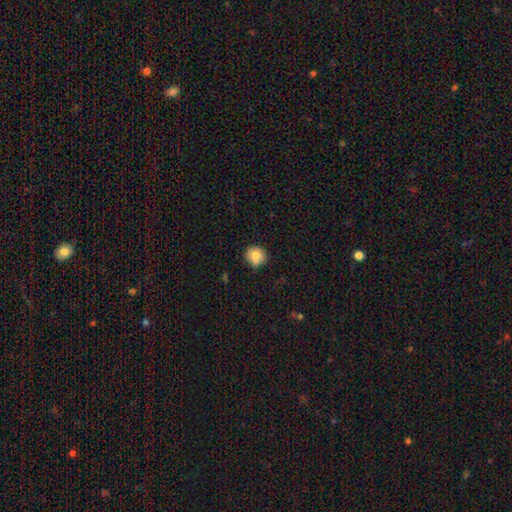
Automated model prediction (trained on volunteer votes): A smooth galaxy with no disk features (81%) that is round (86%).

Vote fractions:
- Smooth or featured? smooth: 81% / star or artifact: 10% / featured or disk: 10%
- How rounded? round: 86% / in between: 13% / cigar-shaped: 1%
- Merging? none: 78% / minor disturbance: 16% / merger: 4% / major disturbance: 3%